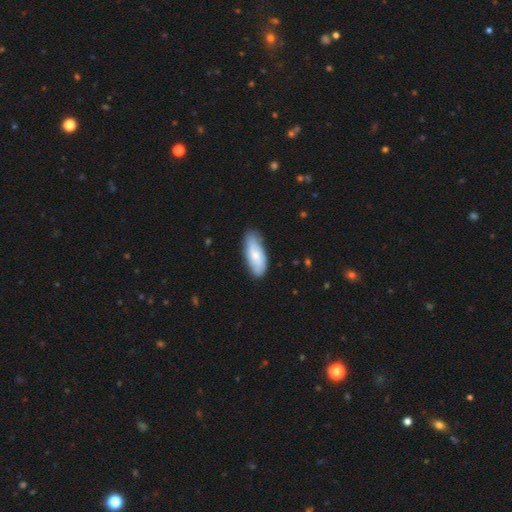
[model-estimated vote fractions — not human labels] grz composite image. It shows a smooth galaxy with no disk features (67%) that is in between round and cigar-shaped (78%). Merging: none (77%).